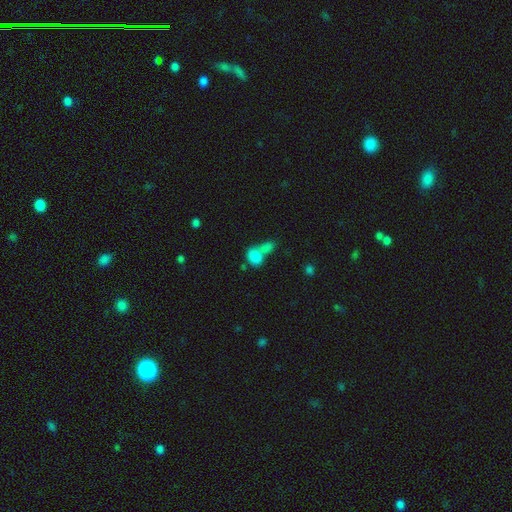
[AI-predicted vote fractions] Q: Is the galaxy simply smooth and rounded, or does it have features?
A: smooth — 82%.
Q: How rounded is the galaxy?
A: in between — 69%.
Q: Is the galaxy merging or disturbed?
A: merger — 63%.